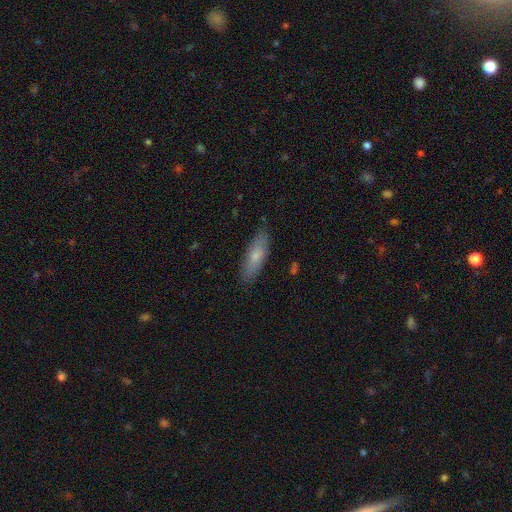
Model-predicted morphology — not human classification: type=smooth (69%); roundness=in between (51%); merging=none (85%).